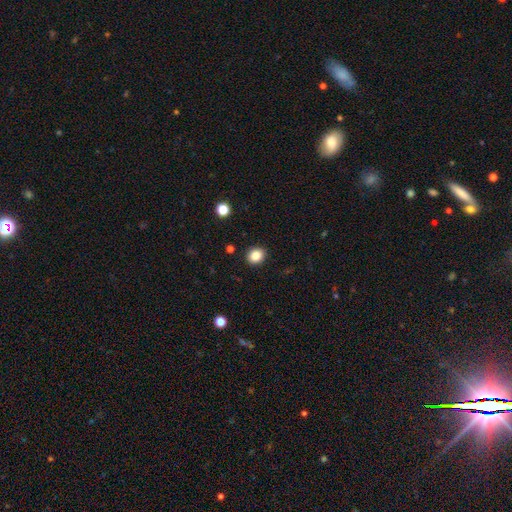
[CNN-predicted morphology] Smooth or featured? Predicted: smooth (p=0.85). How rounded? Predicted: round (p=0.65). Merging? Predicted: none (p=0.91).